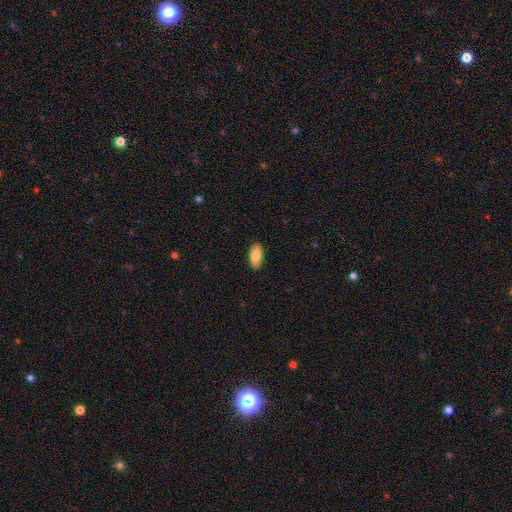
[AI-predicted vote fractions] The model was most divided on "smooth or featured": smooth: 83%, featured or disk: 11%, star or artifact: 6%. More confident: how rounded — in between (90%); merging — none (90%).